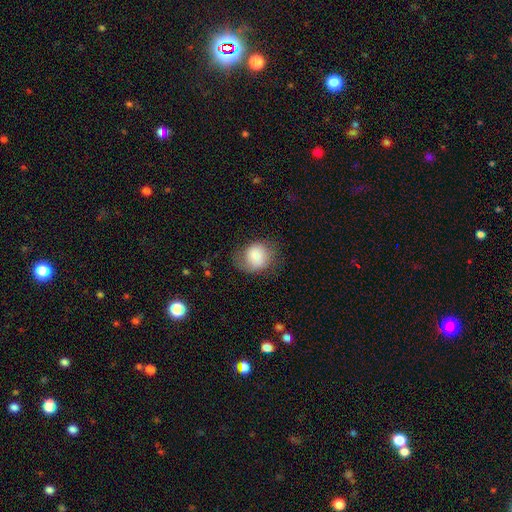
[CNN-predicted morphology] smooth 75%, featured or disk 17%, star or artifact 8%. Down the decision tree: how rounded — round (70%); merging — none (61%).